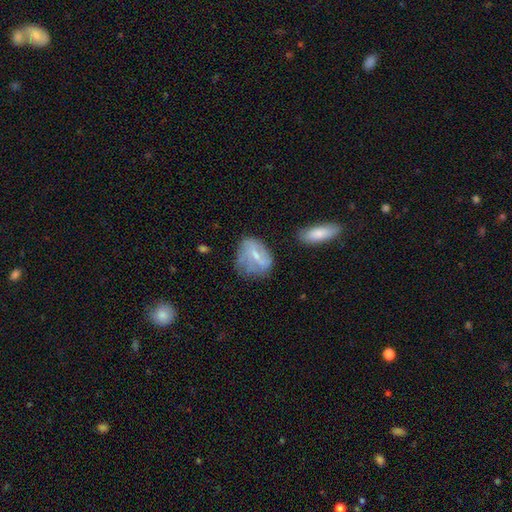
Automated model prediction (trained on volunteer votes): A featured or disk galaxy (49%). Merging: none (50%).